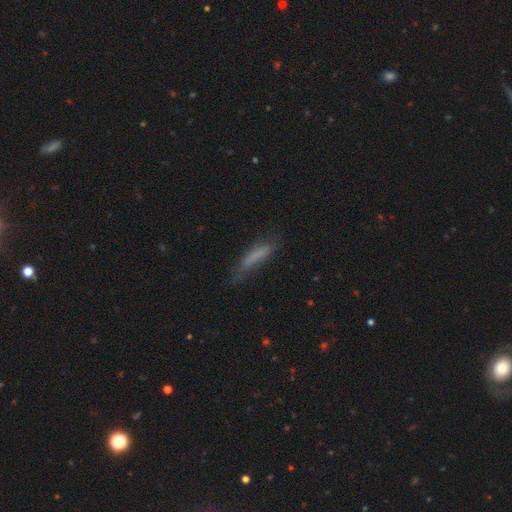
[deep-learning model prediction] This appears to be a smooth galaxy with no disk features (67%) that is cigar-shaped (81%). Merging: none (53%).